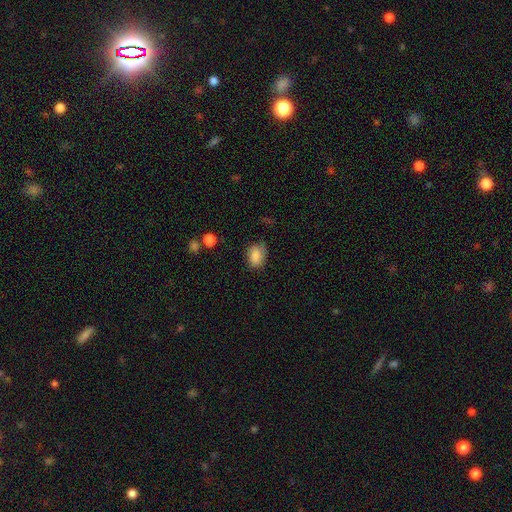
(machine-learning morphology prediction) type=smooth (83%); roundness=in between (76%); merging=none (64%).